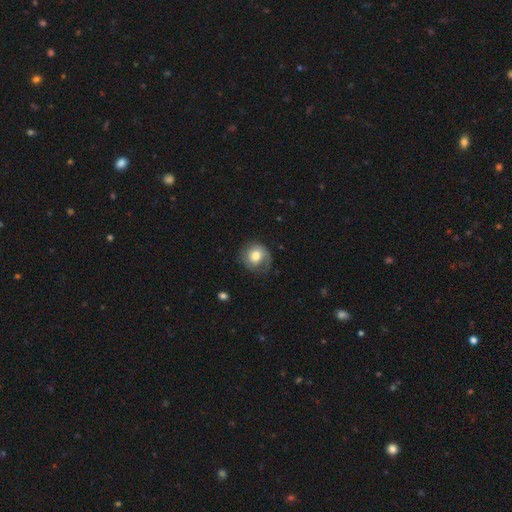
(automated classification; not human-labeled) Q: Smooth or featured?
A: smooth (55%); runner-up: featured or disk (38%)
Q: How rounded?
A: round (79%); runner-up: in between (20%)
Q: Merging?
A: none (61%); runner-up: minor disturbance (23%)